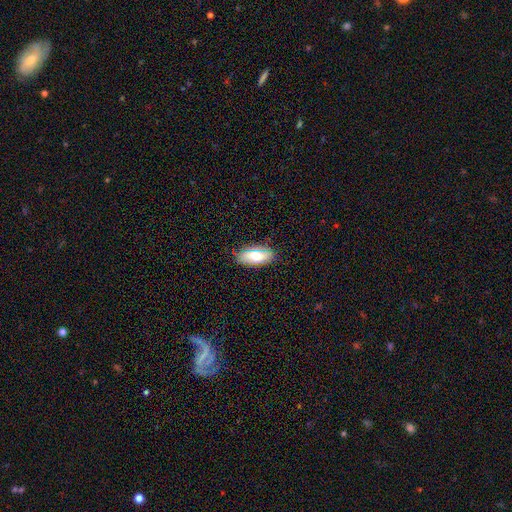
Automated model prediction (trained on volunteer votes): Smooth or featured? smooth (68%)
How rounded? in between (89%)
Merging? none (84%)